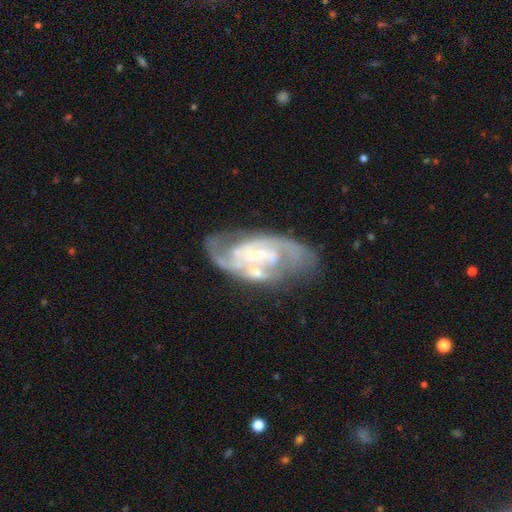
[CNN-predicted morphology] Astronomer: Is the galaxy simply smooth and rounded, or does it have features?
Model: featured or disk — 85%.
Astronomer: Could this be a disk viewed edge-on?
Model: no — 96%.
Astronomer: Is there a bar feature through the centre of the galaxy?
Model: weak — 43% (runner-up: no, 29%).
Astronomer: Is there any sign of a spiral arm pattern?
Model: yes — 91%.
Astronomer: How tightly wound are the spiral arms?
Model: medium — 46% (runner-up: tight, 39%).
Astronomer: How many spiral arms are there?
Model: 2 — 67%.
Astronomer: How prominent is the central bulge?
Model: small — 49% (runner-up: moderate, 28%).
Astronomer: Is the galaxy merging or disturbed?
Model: none — 57%.